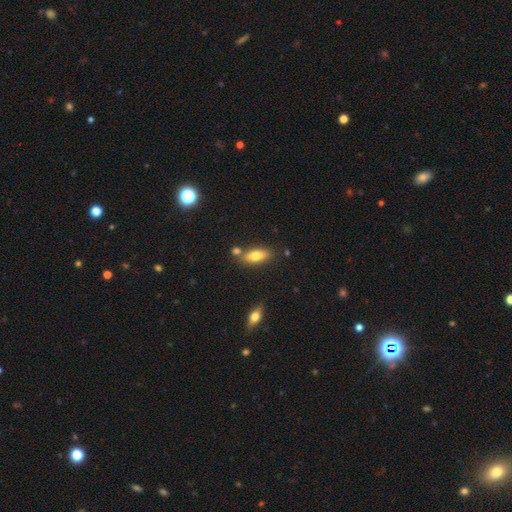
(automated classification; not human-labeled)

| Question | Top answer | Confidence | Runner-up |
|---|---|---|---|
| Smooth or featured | smooth | 75% | featured or disk (17%) |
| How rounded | in between | 79% | cigar-shaped (18%) |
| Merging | none | 71% | merger (14%) |